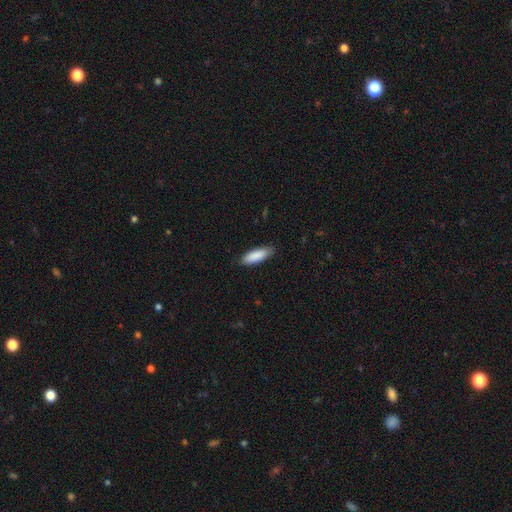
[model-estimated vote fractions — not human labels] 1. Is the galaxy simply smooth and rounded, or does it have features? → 89% smooth, 6% featured or disk, 5% star or artifact.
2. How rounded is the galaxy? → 55% in between, 44% cigar-shaped, 1% round.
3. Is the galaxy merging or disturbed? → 86% none, 11% minor disturbance, 2% major disturbance, 1% merger.